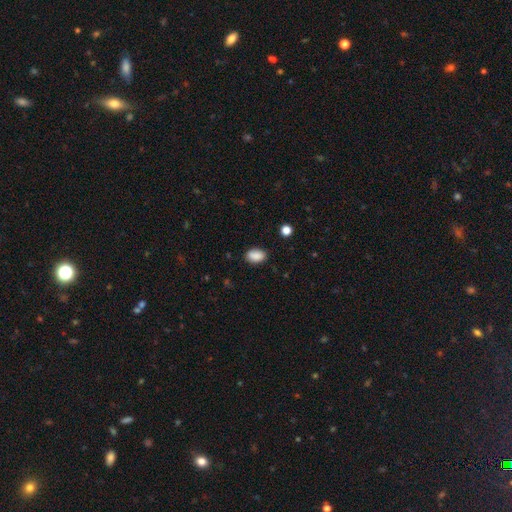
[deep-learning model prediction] smooth-or-featured: smooth: 88% | star or artifact: 8% | featured or disk: 4%
  how-rounded: in between: 87% | round: 11% | cigar-shaped: 2%
  merging: none: 82% | minor disturbance: 13% | major disturbance: 3% | merger: 2%